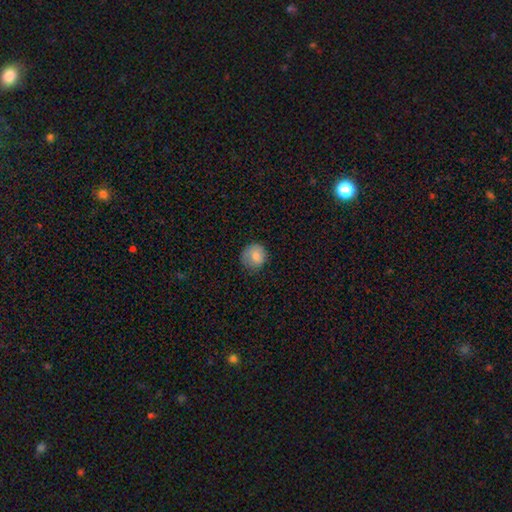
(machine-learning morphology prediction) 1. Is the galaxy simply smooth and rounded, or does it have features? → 79% smooth, 13% featured or disk, 8% star or artifact.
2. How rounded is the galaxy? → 88% round, 11% in between, 1% cigar-shaped.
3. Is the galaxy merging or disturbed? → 73% none, 20% minor disturbance, 5% major disturbance, 1% merger.